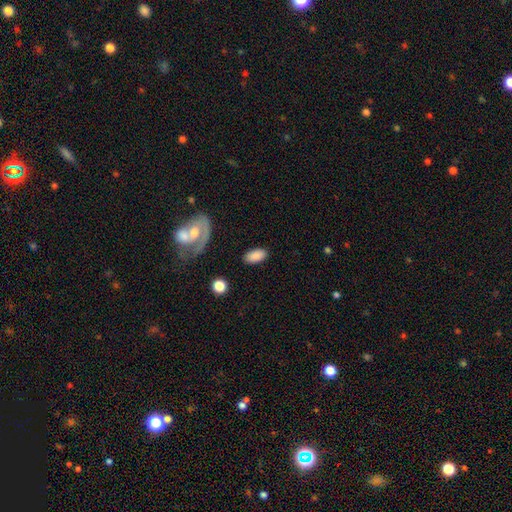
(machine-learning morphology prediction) A smooth galaxy with no disk features (85%) that is in between round and cigar-shaped (93%).

Vote fractions:
- Smooth or featured? smooth: 85% / featured or disk: 8% / star or artifact: 7%
- How rounded? in between: 93% / cigar-shaped: 4% / round: 3%
- Merging? none: 83% / minor disturbance: 11% / major disturbance: 4% / merger: 3%